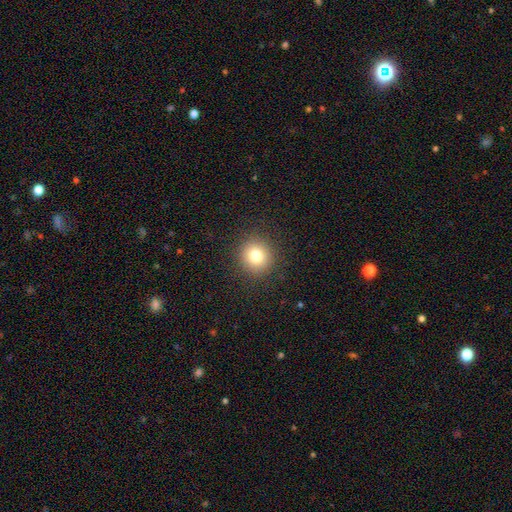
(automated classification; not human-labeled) Smooth or featured?
  - smooth: 78% *
  - star or artifact: 13%
  - featured or disk: 9%
How rounded?
  - round: 92% *
  - in between: 7%
  - cigar-shaped: 1%
Merging?
  - none: 91% *
  - minor disturbance: 6%
  - major disturbance: 3%
  - merger: 1%